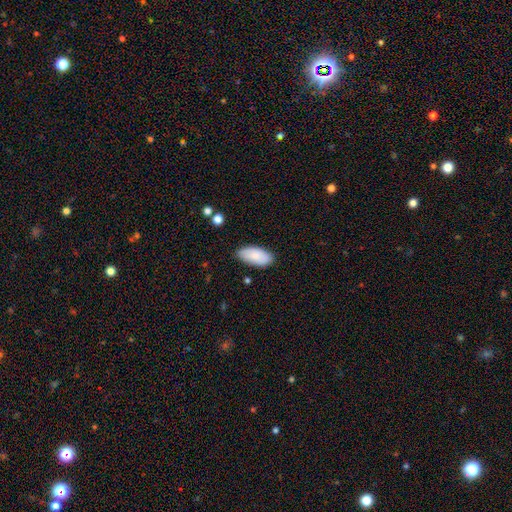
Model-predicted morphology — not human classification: Smooth or featured? smooth (83%)
How rounded? in between (93%)
Merging? none (82%)